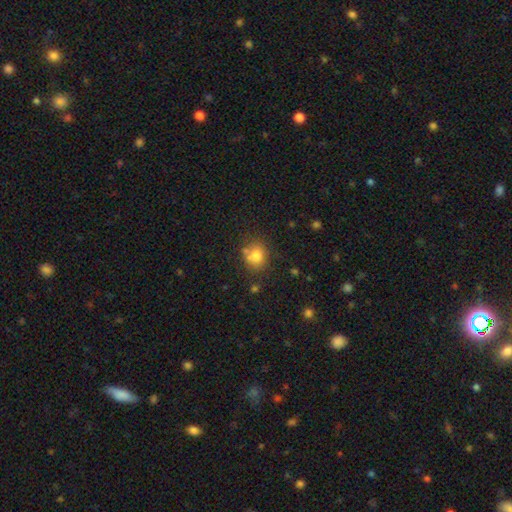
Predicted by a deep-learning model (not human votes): Overall: smooth (79%). How rounded: round (72%). Merging: none (65%).